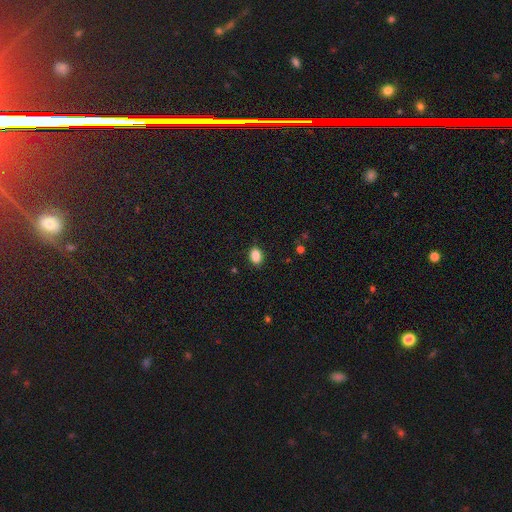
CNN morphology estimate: type=smooth (87%); roundness=in between (81%); merging=none (87%).